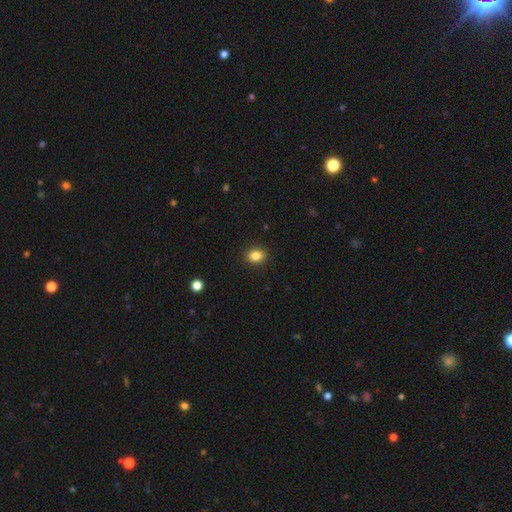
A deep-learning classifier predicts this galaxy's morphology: Smooth or featured?
  - smooth: 85% *
  - star or artifact: 10%
  - featured or disk: 4%
How rounded?
  - round: 50% *
  - in between: 49%
  - cigar-shaped: 1%
Merging?
  - none: 91% *
  - minor disturbance: 6%
  - major disturbance: 2%
  - merger: 1%